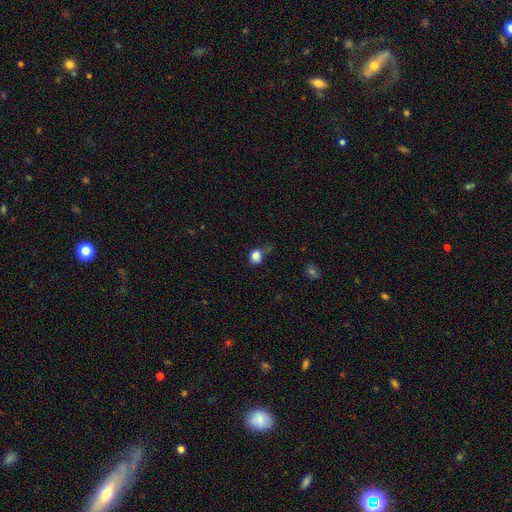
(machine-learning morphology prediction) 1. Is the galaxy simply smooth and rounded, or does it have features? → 83% smooth, 11% star or artifact, 6% featured or disk.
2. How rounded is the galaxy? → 65% round, 34% in between, 1% cigar-shaped.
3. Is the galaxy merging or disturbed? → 54% none, 27% minor disturbance, 12% major disturbance, 7% merger.